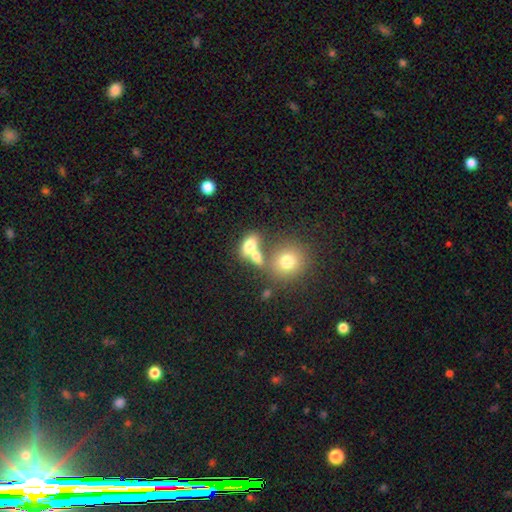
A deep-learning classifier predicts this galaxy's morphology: Overall: smooth (74%). How rounded: in between (68%; round 29%). Merging: merger (49%; none 36%).